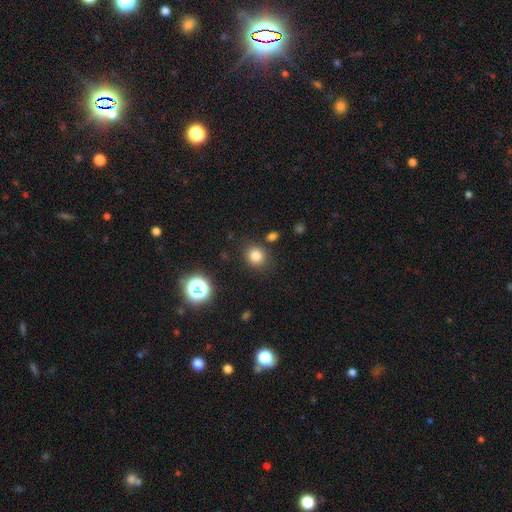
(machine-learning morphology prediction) Overall: smooth (80%). How rounded: round (80%). Merging: none (84%).